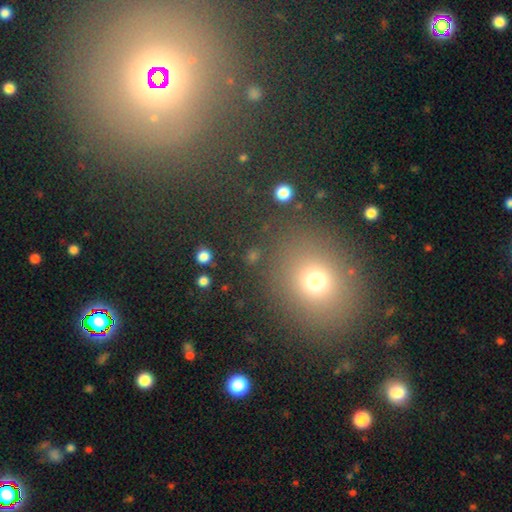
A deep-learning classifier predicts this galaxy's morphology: smooth-or-featured: smooth: 61% | star or artifact: 30% | featured or disk: 9%
  how-rounded: round: 73% | in between: 25% | cigar-shaped: 2%
  merging: none: 82% | minor disturbance: 8% | merger: 5% | major disturbance: 5%